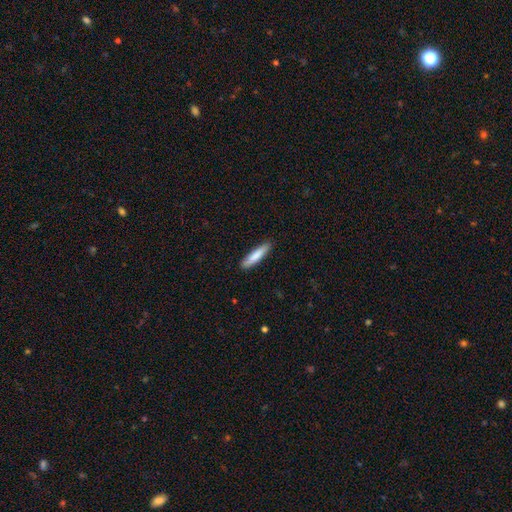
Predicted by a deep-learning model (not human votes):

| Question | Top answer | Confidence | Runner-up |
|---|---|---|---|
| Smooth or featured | smooth | 82% | featured or disk (13%) |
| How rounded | cigar-shaped | 85% | in between (13%) |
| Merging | none | 89% | minor disturbance (9%) |